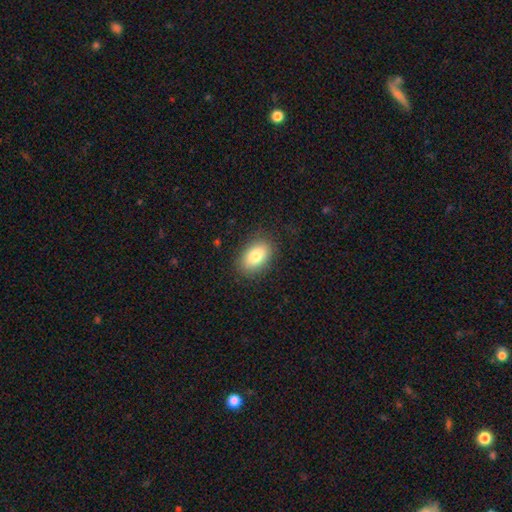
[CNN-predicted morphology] smooth-or-featured: smooth: 80% | featured or disk: 12% | star or artifact: 8%
  how-rounded: in between: 86% | round: 12% | cigar-shaped: 1%
  merging: none: 85% | minor disturbance: 11% | major disturbance: 3% | merger: 1%